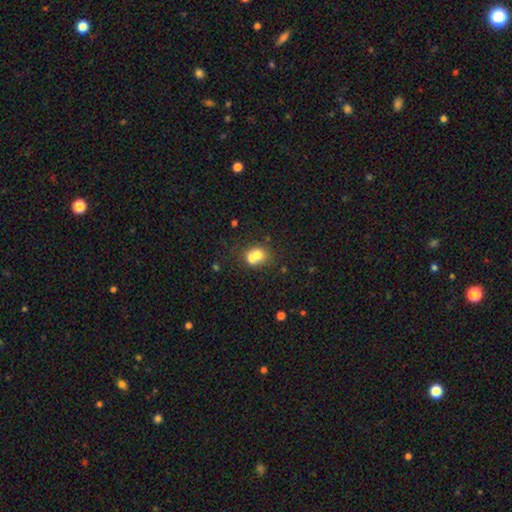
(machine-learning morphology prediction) smooth_or_featured: smooth (p=0.67) [alt: featured or disk p=0.21]
how_rounded: round (p=0.66) [alt: in between p=0.33]
merging: merger (p=0.60) [alt: none p=0.28]